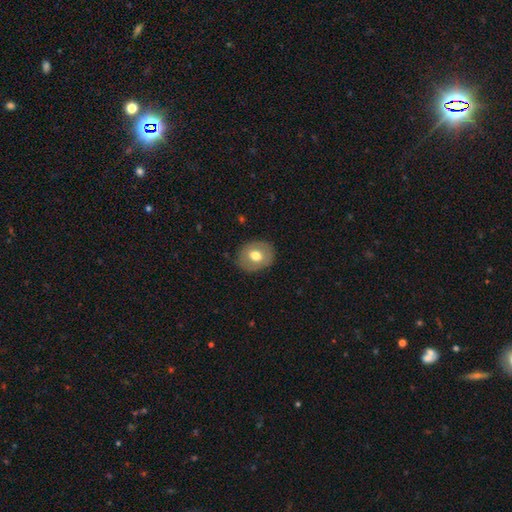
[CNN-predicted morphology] type=smooth (68%); roundness=round (59%); merging=none (84%).